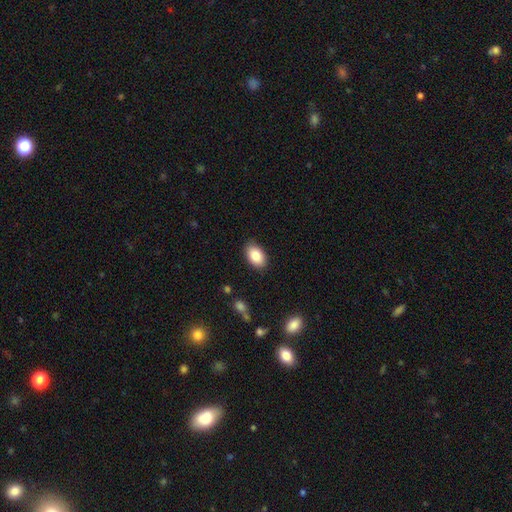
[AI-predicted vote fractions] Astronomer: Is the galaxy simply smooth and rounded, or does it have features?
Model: smooth — 85%.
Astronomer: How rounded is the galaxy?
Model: in between — 91%.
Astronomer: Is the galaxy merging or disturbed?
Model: none — 85%.